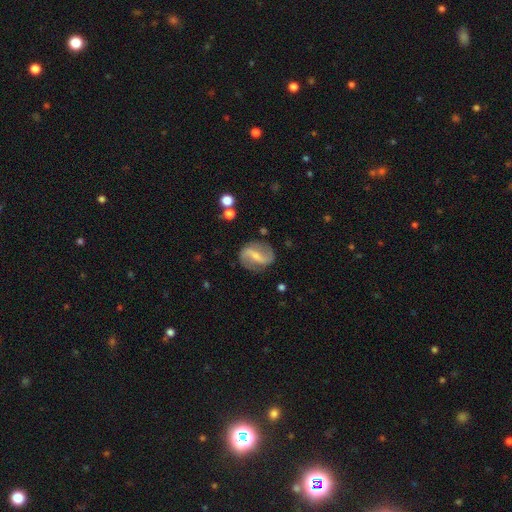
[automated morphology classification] A featured or disk galaxy (79%) with a strong bar (52%), 2 (90%) loose (52%) spiral arms (89%) and a small central bulge (57%).

Vote fractions:
- Smooth or featured? featured or disk: 79% / smooth: 15% / star or artifact: 6%
- Edge-on disk? no: 96% / yes: 4%
- Bar? strong: 52% / weak: 34% / no: 14%
- Spiral arms? yes: 89% / no: 11%
- Spiral winding? loose: 52% / medium: 34% / tight: 13%
- Spiral arm count? 2: 90% / can't tell: 4% / 1: 2% / 3: 1% / 4: 1% / more than 4: 1%
- Bulge size? small: 57% / moderate: 32% / none: 7% / large: 2% / dominant: 1%
- Merging? none: 80% / minor disturbance: 13% / major disturbance: 5% / merger: 2%